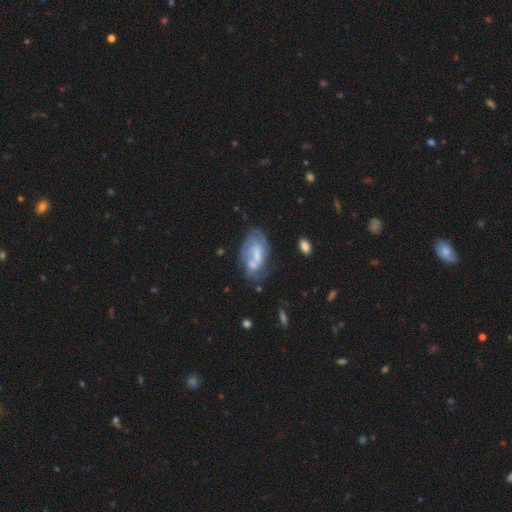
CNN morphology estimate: Smooth or featured?
  - featured or disk: 55% *
  - smooth: 36%
  - star or artifact: 9%
Edge-on disk?
  - no: 94% *
  - yes: 6%
Bar?
  - no: 51% *
  - weak: 36%
  - strong: 13%
Spiral arms?
  - yes: 51% *
  - no: 49%
Bulge size?
  - small: 35% *
  - moderate: 29%
  - none: 29%
  - large: 5%
  - dominant: 1%
Merging?
  - none: 42% *
  - minor disturbance: 26%
  - major disturbance: 19%
  - merger: 14%